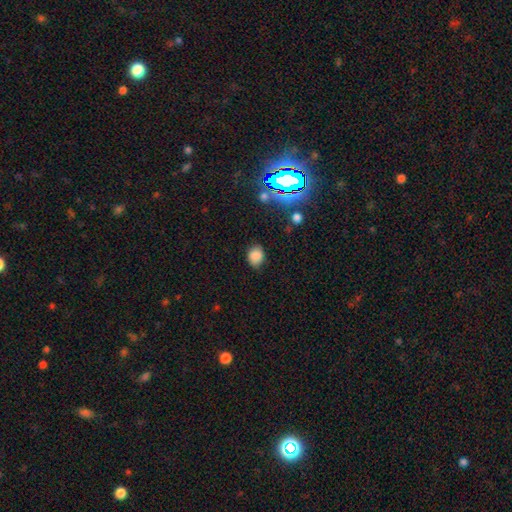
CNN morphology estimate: Smooth or featured? Predicted: smooth (p=0.81). How rounded? Predicted: in between (p=0.58). Merging? Predicted: none (p=0.78).